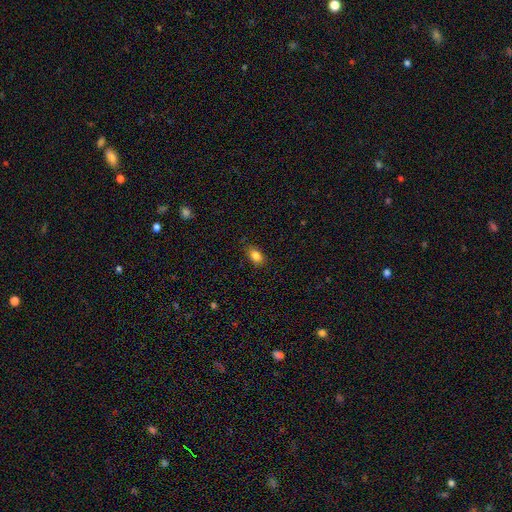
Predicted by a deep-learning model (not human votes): Morphology: type=smooth (84%); roundness=in between (84%); merging=none (81%).